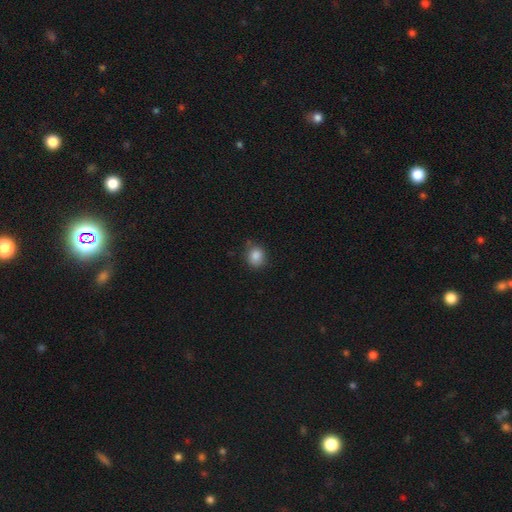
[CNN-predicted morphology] Smooth or featured?
  - smooth: 86% *
  - star or artifact: 9%
  - featured or disk: 5%
How rounded?
  - round: 71% *
  - in between: 28%
  - cigar-shaped: 1%
Merging?
  - none: 70% *
  - minor disturbance: 23%
  - major disturbance: 4%
  - merger: 2%